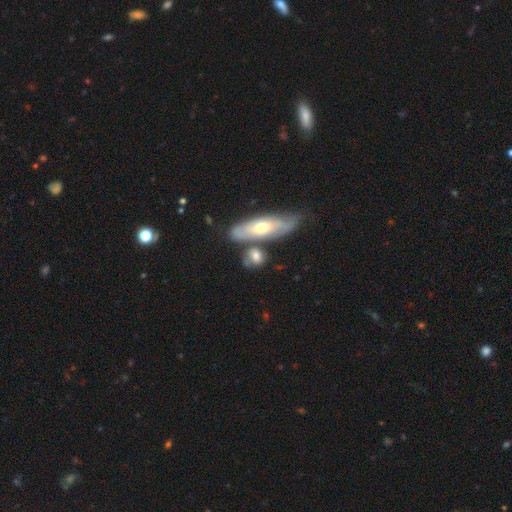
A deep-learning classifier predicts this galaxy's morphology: smooth-or-featured: smooth: 60% | featured or disk: 33% | star or artifact: 6%
  how-rounded: in between: 56% | round: 26% | cigar-shaped: 18%
  merging: none: 50% | merger: 26% | minor disturbance: 17% | major disturbance: 7%